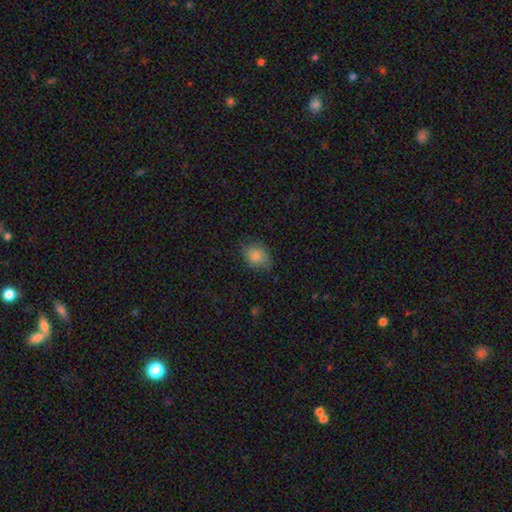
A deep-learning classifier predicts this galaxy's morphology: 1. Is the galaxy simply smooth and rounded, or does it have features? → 83% smooth, 9% star or artifact, 7% featured or disk.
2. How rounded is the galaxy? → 65% in between, 33% round, 1% cigar-shaped.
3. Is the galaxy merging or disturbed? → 76% none, 19% minor disturbance, 4% major disturbance, 1% merger.